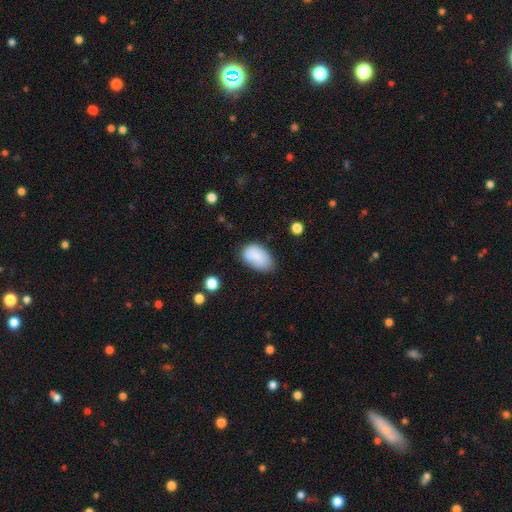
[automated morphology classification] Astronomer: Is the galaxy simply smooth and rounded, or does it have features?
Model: smooth — 86%.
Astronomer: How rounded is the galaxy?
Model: in between — 92%.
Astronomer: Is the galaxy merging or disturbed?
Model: none — 62%.